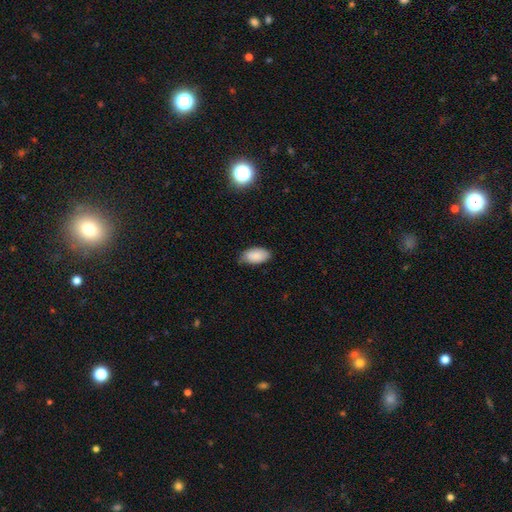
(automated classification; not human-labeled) Smooth or featured? smooth (87%)
How rounded? in between (95%)
Merging? none (68%)